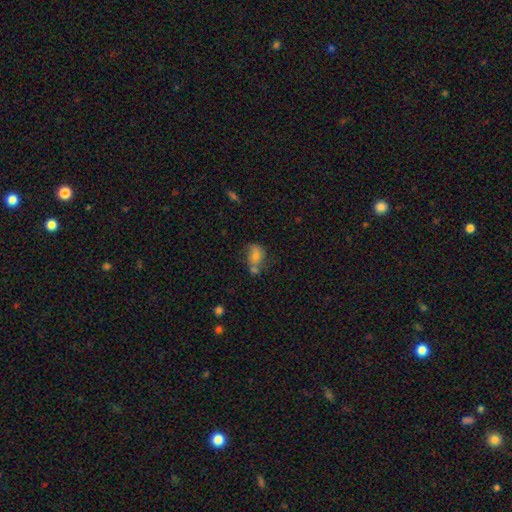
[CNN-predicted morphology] smooth 63%, featured or disk 24%, star or artifact 12%. Down the decision tree: how rounded — in between (66%); merging — none (42%).